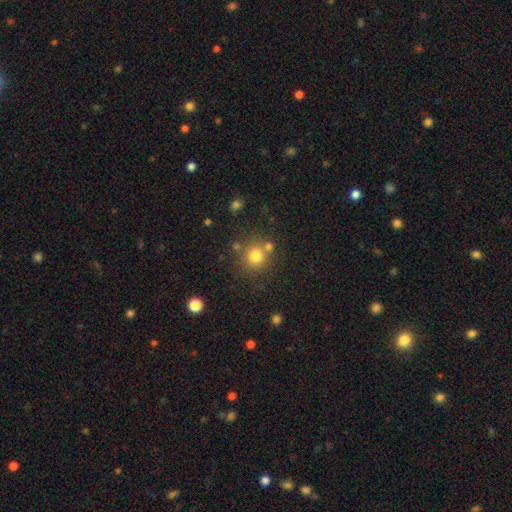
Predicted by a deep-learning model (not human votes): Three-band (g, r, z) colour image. It shows a smooth galaxy with no disk features (78%) that is round (91%). Merging: none (71%).